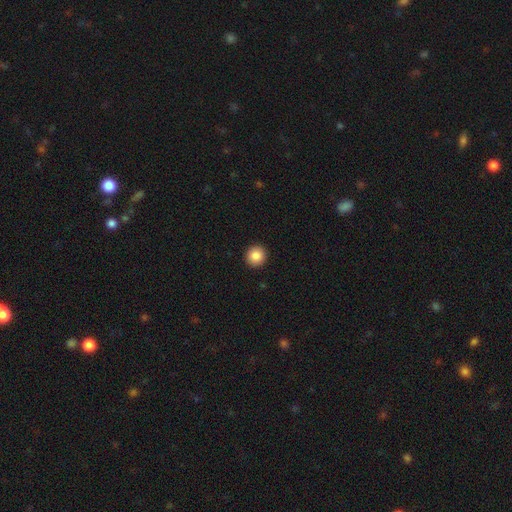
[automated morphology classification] This is clearly a smooth galaxy (87%). How rounded: clearly round (94%). Merging: clearly none (93%).